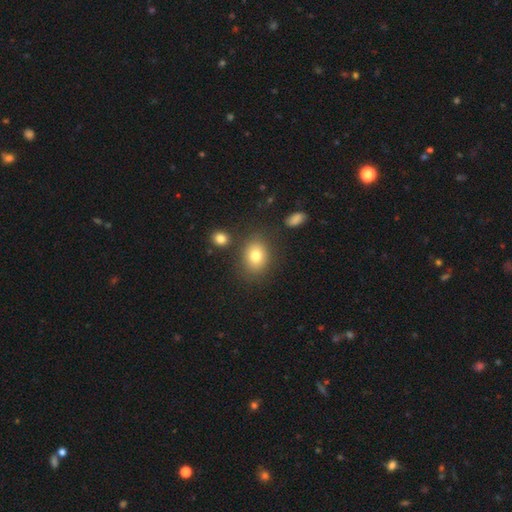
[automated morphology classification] This is likely a smooth galaxy (80%). How rounded: possibly in between (56%). Merging: likely none (79%).